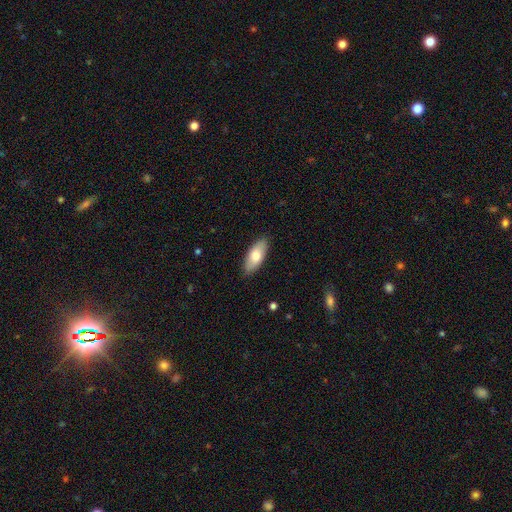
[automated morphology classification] Overall: smooth (75%). How rounded: in between (84%). Merging: none (87%).